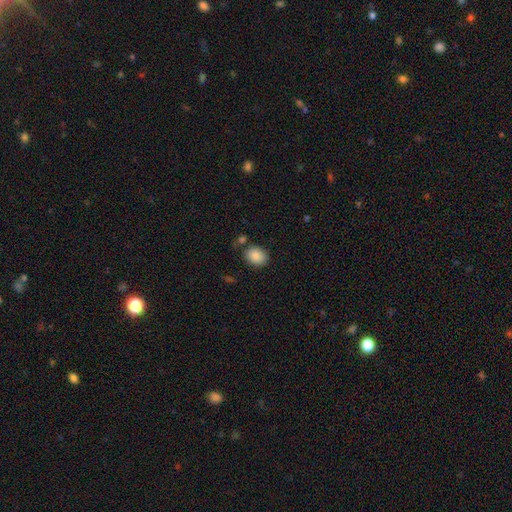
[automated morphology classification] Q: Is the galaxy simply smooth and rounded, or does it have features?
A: smooth — 88%.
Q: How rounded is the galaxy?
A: in between — 55%.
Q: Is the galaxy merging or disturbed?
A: none — 77%.